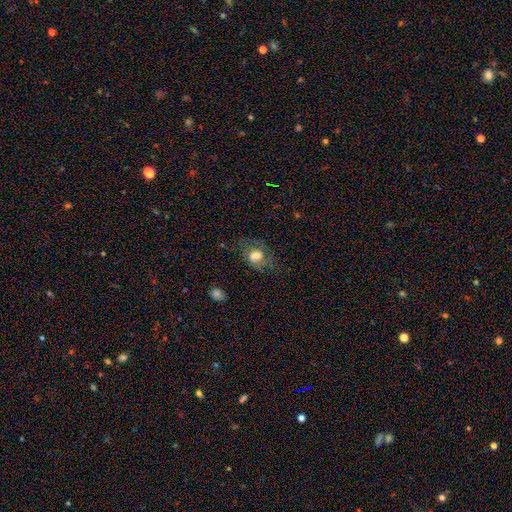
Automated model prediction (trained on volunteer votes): This is possibly a smooth galaxy (60%). How rounded: likely in between (72%). Merging: possibly none (50%).